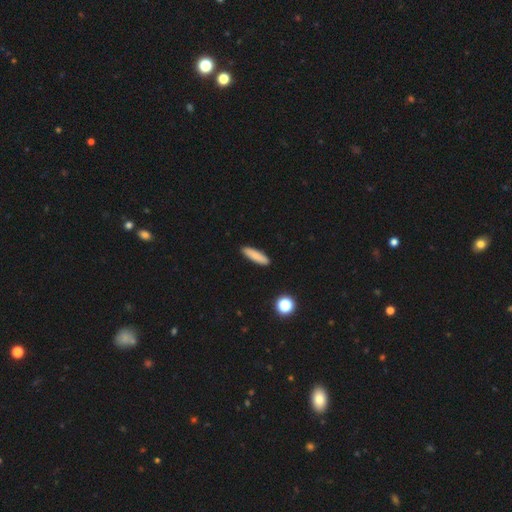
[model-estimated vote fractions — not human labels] This appears to be a smooth galaxy with no disk features (84%) that is cigar-shaped (75%). Merging: none (90%).